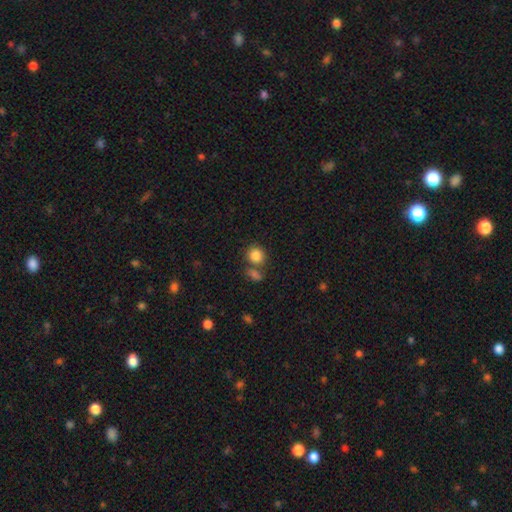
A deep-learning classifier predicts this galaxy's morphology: Smooth or featured?
  - smooth: 85% *
  - star or artifact: 10%
  - featured or disk: 6%
How rounded?
  - round: 83% *
  - in between: 16%
  - cigar-shaped: 1%
Merging?
  - none: 61% *
  - merger: 25%
  - minor disturbance: 10%
  - major disturbance: 4%